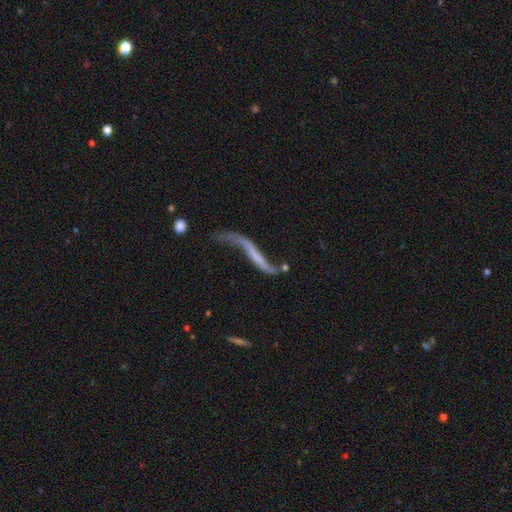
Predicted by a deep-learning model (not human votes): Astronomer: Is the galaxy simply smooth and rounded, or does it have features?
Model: featured or disk — 74%.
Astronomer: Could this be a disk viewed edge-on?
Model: no — 74%.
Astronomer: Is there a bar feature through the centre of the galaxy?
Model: no — 42% (runner-up: strong, 31%).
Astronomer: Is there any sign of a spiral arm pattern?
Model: yes — 77%.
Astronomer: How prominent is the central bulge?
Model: none — 55% (runner-up: small, 34%).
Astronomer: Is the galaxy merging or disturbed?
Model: none — 38% (runner-up: major disturbance, 30%).